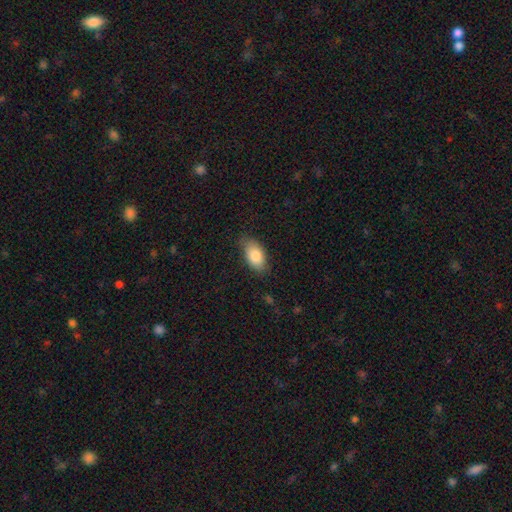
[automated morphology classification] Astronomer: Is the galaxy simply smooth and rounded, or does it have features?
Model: smooth — 83%.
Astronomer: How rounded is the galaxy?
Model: in between — 92%.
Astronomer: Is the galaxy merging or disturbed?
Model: none — 78%.